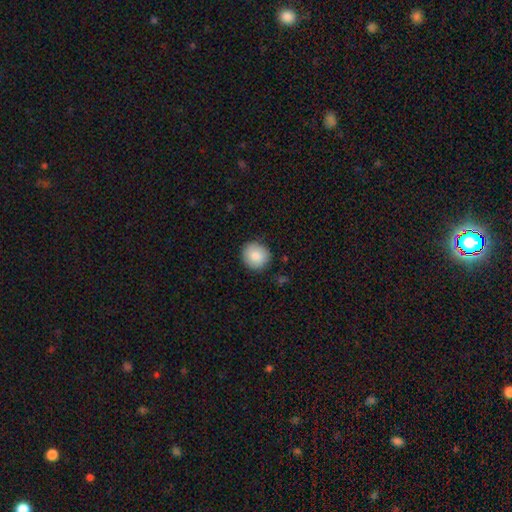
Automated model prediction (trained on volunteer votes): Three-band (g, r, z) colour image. It shows a smooth galaxy with no disk features (84%) that is round (88%). Merging: none (86%).